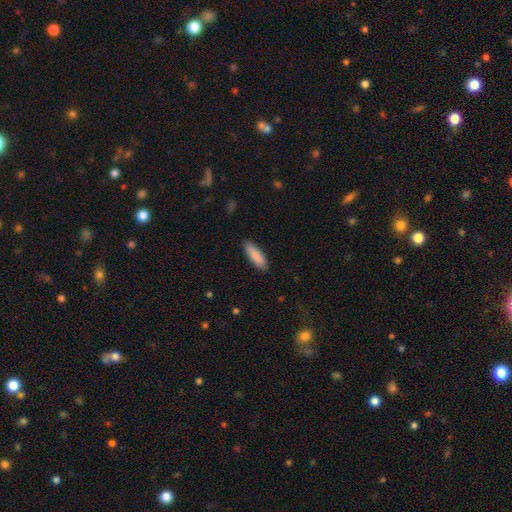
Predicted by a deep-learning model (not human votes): smooth_or_featured: smooth (p=0.88) [alt: featured or disk p=0.06]
how_rounded: in between (p=0.52) [alt: cigar-shaped p=0.47]
merging: none (p=0.90) [alt: minor disturbance p=0.08]